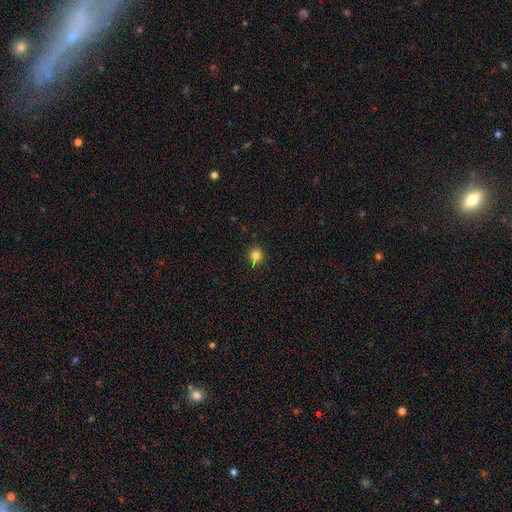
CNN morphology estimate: A smooth galaxy with no disk features (81%) that is round (90%). Merging: none (85%).